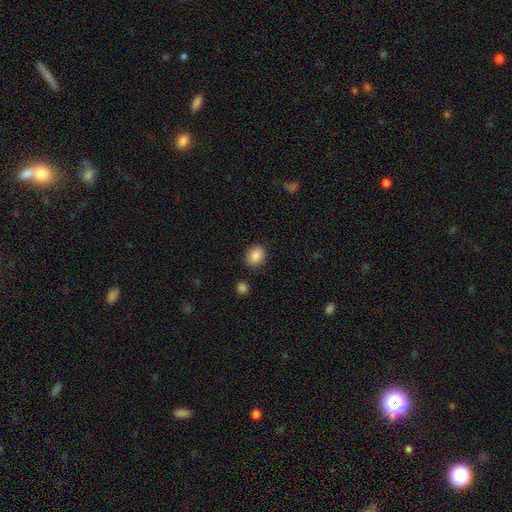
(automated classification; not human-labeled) Overall: smooth (88%). How rounded: round (55%; in between 44%). Merging: none (86%).